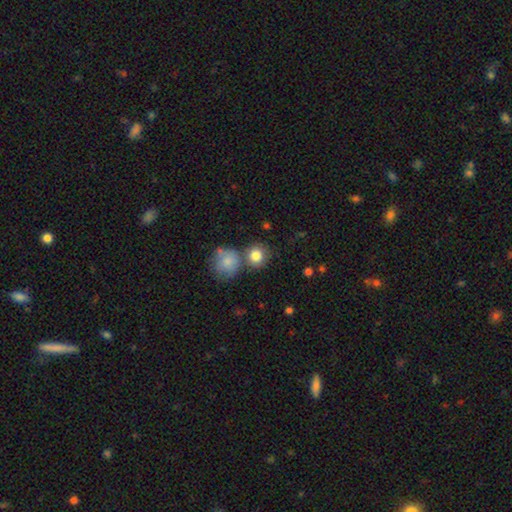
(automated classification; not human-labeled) Overall: smooth (83%). How rounded: round (88%). Merging: none (62%; merger 24%).